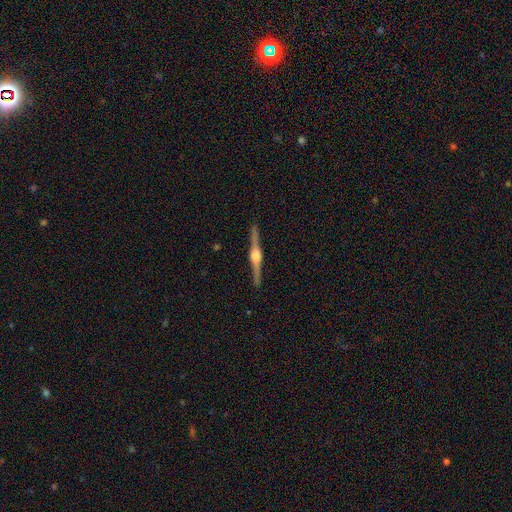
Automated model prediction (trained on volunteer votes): The model was most divided on "smooth or featured": featured or disk: 87%, smooth: 8%, star or artifact: 5%. More confident: edge-on disk — yes (98%); merging — none (92%); edge-on bulge — rounded (91%).